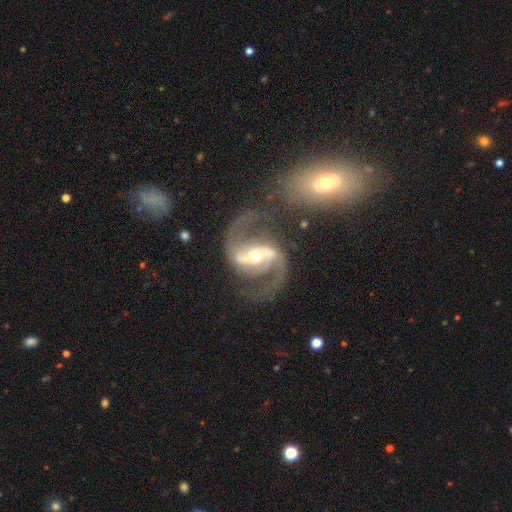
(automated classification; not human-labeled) Q: Smooth or featured?
A: featured or disk (93%); runner-up: star or artifact (5%)
Q: Edge-on disk?
A: no (98%); runner-up: yes (2%)
Q: Bar?
A: strong (64%); runner-up: weak (25%)
Q: Spiral arms?
A: yes (98%); runner-up: no (2%)
Q: Spiral winding?
A: medium (57%); runner-up: loose (32%)
Q: Spiral arm count?
A: 2 (94%); runner-up: can't tell (1%)
Q: Bulge size?
A: moderate (57%); runner-up: small (37%)
Q: Merging?
A: none (70%); runner-up: minor disturbance (13%)